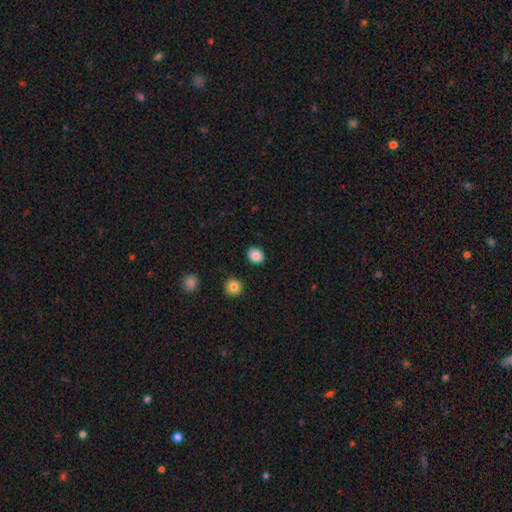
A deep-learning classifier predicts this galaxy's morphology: A smooth galaxy with no disk features (88%) that is round (53%).

Vote fractions:
- Smooth or featured? smooth: 88% / star or artifact: 9% / featured or disk: 3%
- How rounded? round: 53% / in between: 46% / cigar-shaped: 1%
- Merging? none: 89% / minor disturbance: 7% / major disturbance: 2% / merger: 2%